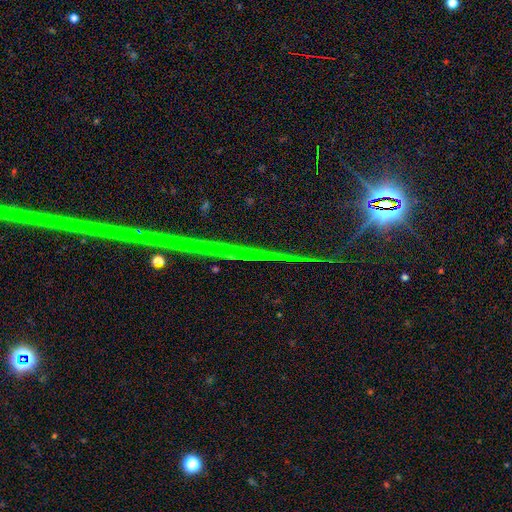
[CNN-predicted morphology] A star or artifact, not a galaxy (87%).

Vote fractions:
- Smooth or featured? star or artifact: 87% / featured or disk: 8% / smooth: 5%